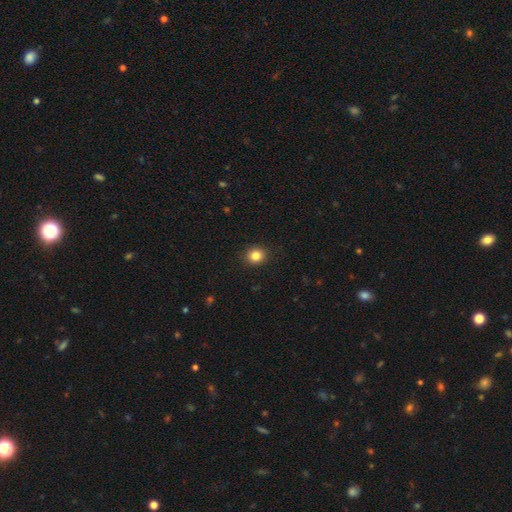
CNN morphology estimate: Smooth or featured? Predicted: smooth (p=0.84). How rounded? Predicted: round (p=0.81). Merging? Predicted: none (p=0.91).